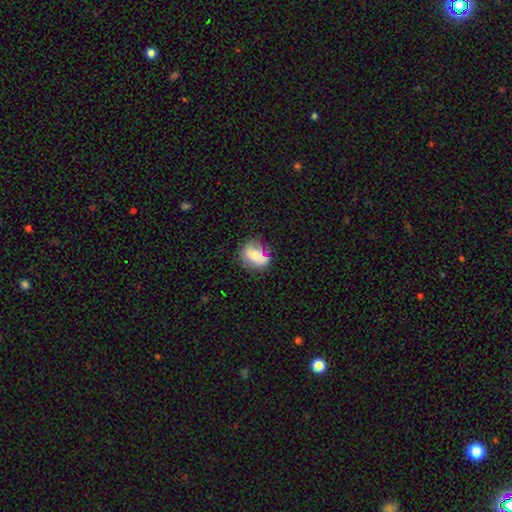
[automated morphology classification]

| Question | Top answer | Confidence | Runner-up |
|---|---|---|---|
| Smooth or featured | smooth | 68% | featured or disk (22%) |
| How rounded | round | 55% | in between (43%) |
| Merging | none | 60% | minor disturbance (25%) |